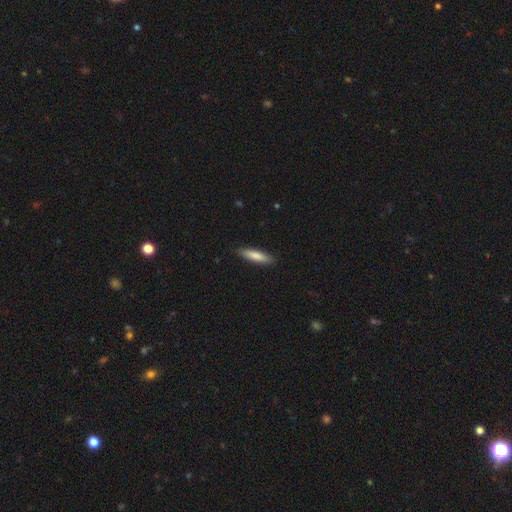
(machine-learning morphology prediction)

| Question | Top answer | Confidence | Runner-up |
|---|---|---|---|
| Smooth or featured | smooth | 80% | featured or disk (15%) |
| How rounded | cigar-shaped | 79% | in between (20%) |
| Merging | none | 88% | minor disturbance (9%) |